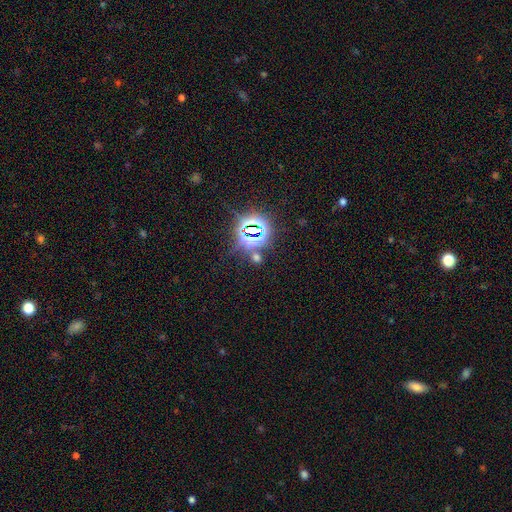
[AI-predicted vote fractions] A star or artifact, not a galaxy (79%).

Vote fractions:
- Smooth or featured? star or artifact: 79% / smooth: 12% / featured or disk: 8%